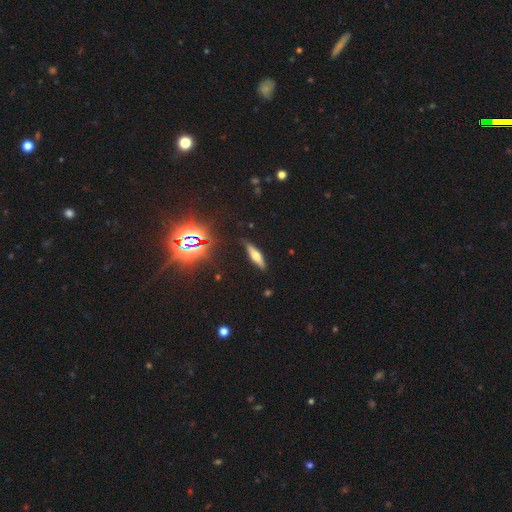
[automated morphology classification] Smooth or featured: featured or disk — 44% (smooth — 41%)
Merging: none — 86% (minor disturbance — 10%)